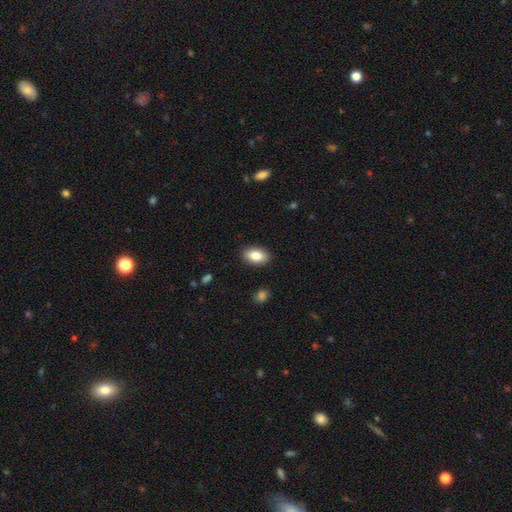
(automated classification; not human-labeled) This is clearly a smooth galaxy (85%). How rounded: clearly in between (92%). Merging: clearly none (89%).